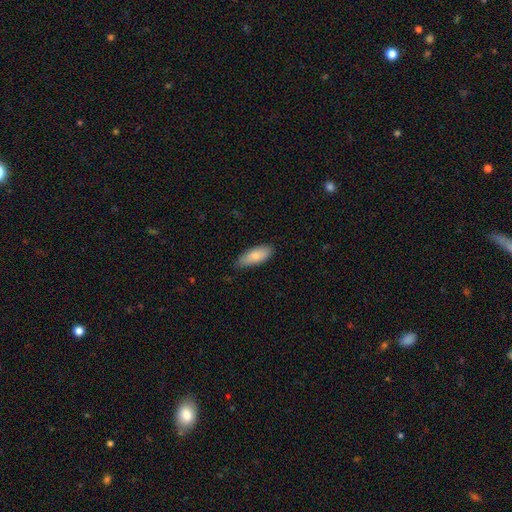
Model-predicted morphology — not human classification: A smooth galaxy with no disk features (83%) that is in between round and cigar-shaped (77%). Merging: none (78%).